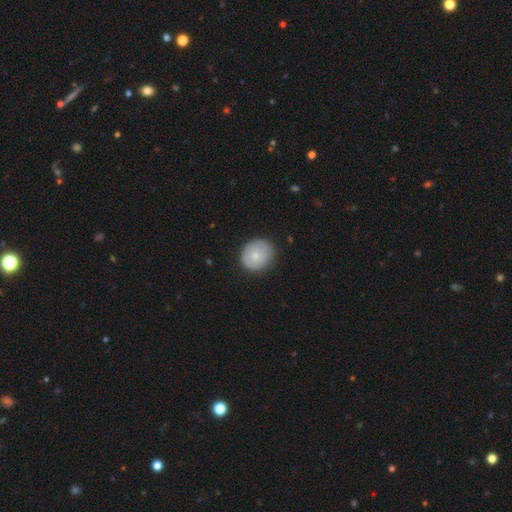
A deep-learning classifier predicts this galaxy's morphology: smooth 77%, featured or disk 16%, star or artifact 7%. Down the decision tree: how rounded — round (76%); merging — none (83%).